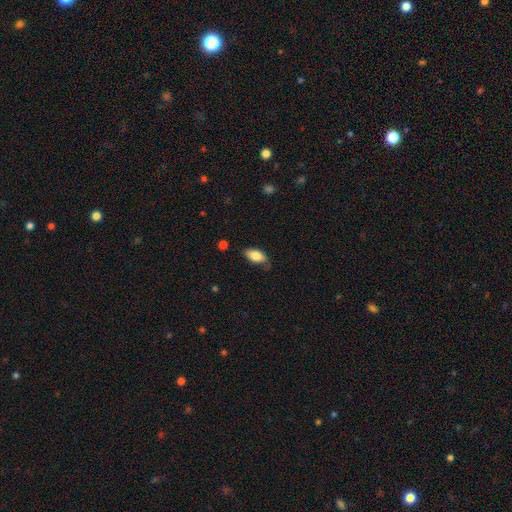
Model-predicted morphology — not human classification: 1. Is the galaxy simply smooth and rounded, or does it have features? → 80% smooth, 13% featured or disk, 7% star or artifact.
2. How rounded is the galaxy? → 91% in between, 6% cigar-shaped, 3% round.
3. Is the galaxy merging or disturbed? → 68% none, 25% minor disturbance, 5% major disturbance, 2% merger.